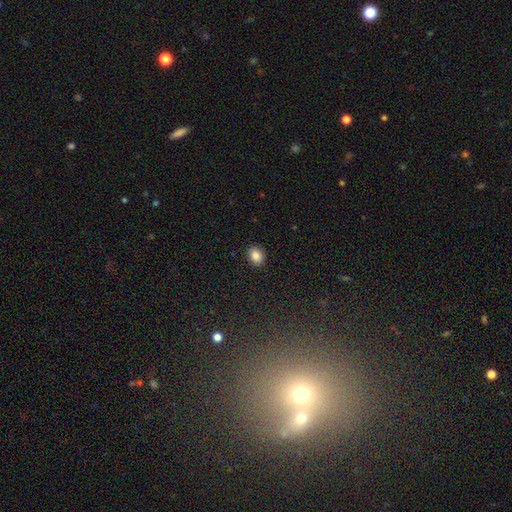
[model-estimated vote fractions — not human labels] This appears to be a smooth galaxy with no disk features (86%) that is in between round and cigar-shaped (57%). Merging: none (90%).